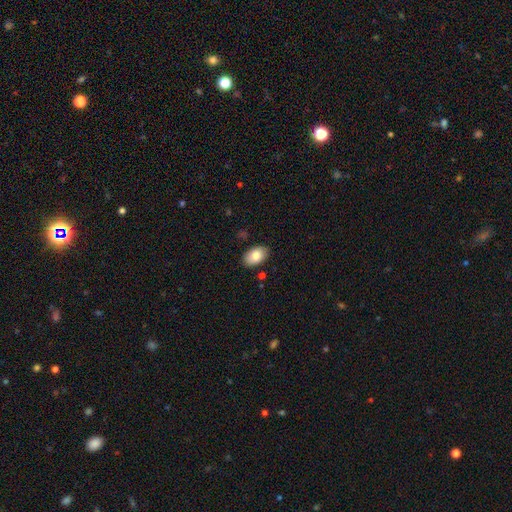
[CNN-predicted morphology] Smooth or featured? smooth (84%)
How rounded? in between (92%)
Merging? none (87%)